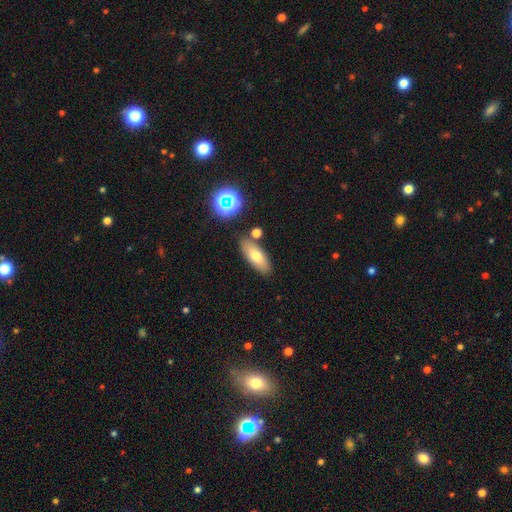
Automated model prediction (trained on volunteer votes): This is likely a smooth galaxy (71%). How rounded: likely in between (77%). Merging: likely none (79%).